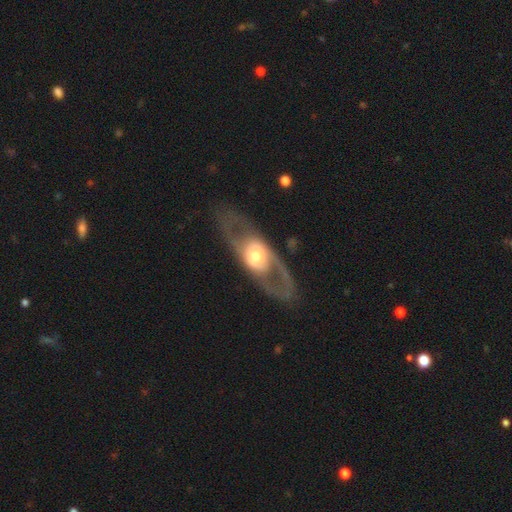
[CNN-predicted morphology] smooth-or-featured: featured or disk: 72% | smooth: 23% | star or artifact: 5%
  disk-edge-on: no: 81% | yes: 19%
    bar: no: 71% | weak: 18% | strong: 11%
    has-spiral-arms: no: 58% | yes: 42%
    bulge-size: moderate: 54% | large: 29% | small: 12% | dominant: 4% | none: 1%
  merging: none: 74% | major disturbance: 13% | minor disturbance: 12% | merger: 2%